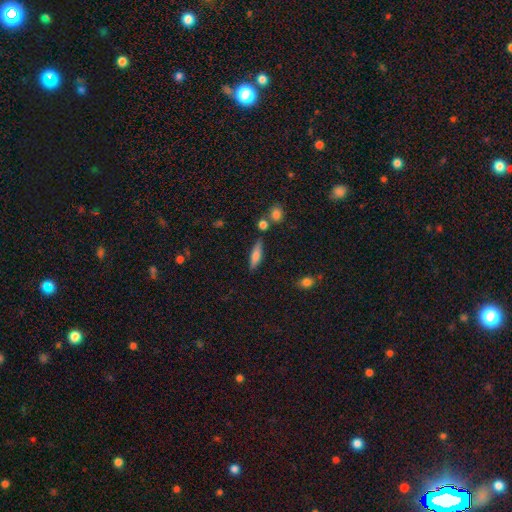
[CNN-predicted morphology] Smooth or featured?
  - smooth: 65% *
  - featured or disk: 28%
  - star or artifact: 8%
How rounded?
  - cigar-shaped: 64% *
  - in between: 33%
  - round: 3%
Merging?
  - none: 78% *
  - minor disturbance: 12%
  - merger: 7%
  - major disturbance: 3%